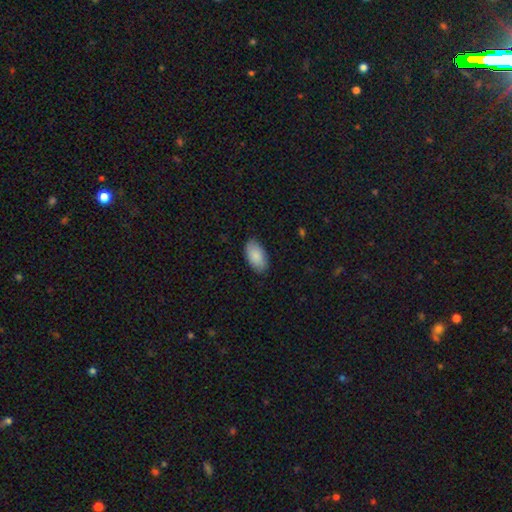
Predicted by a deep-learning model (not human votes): Overall: smooth (88%). How rounded: in between (95%). Merging: none (84%).